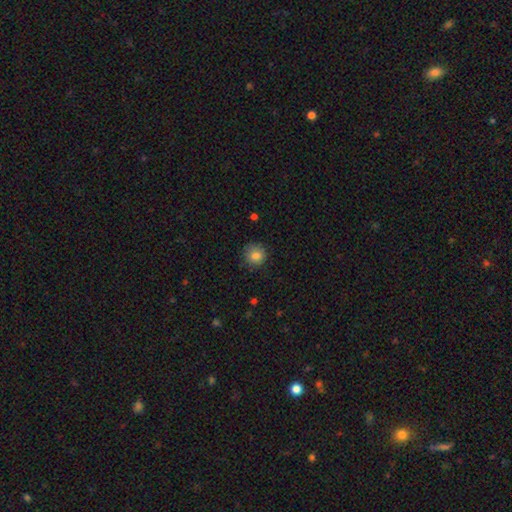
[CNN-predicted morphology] A smooth galaxy with no disk features (83%) that is round (91%).

Vote fractions:
- Smooth or featured? smooth: 83% / star or artifact: 10% / featured or disk: 7%
- How rounded? round: 91% / in between: 9% / cigar-shaped: 1%
- Merging? none: 83% / minor disturbance: 13% / major disturbance: 3% / merger: 1%